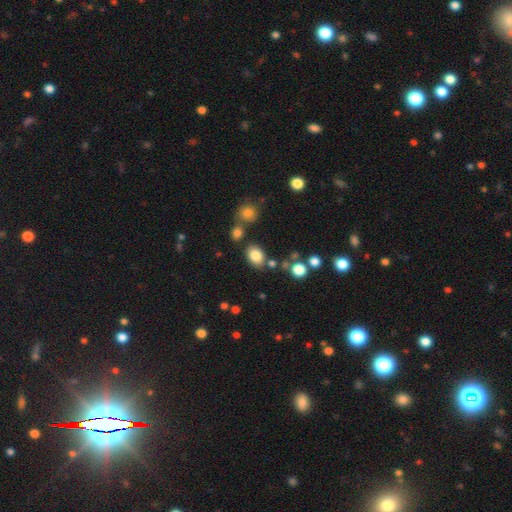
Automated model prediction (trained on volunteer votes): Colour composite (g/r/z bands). It shows a smooth galaxy with no disk features (82%) that is in between round and cigar-shaped (72%). Merging: none (75%).